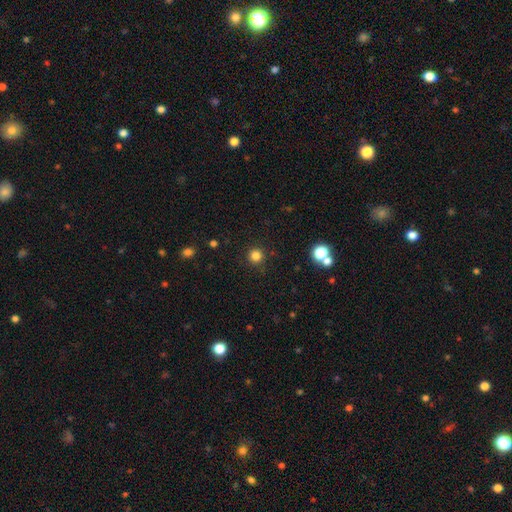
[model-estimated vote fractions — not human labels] smooth_or_featured: smooth (p=0.82) [alt: star or artifact p=0.14]
how_rounded: round (p=0.95) [alt: in between p=0.04]
merging: none (p=0.90) [alt: minor disturbance p=0.06]